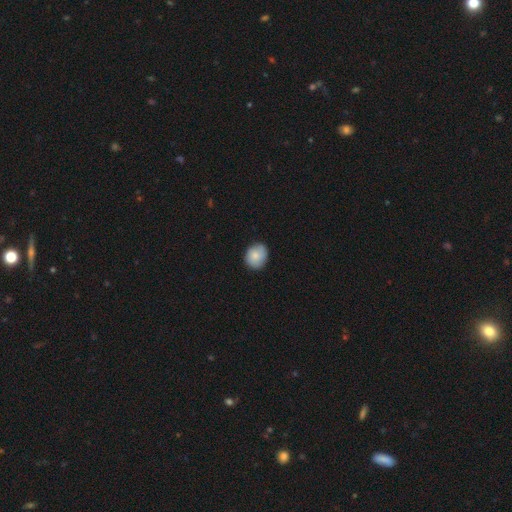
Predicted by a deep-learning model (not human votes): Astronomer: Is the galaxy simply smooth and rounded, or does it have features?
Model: smooth — 83%.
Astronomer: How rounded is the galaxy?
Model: round — 69%.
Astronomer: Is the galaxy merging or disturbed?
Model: none — 83%.